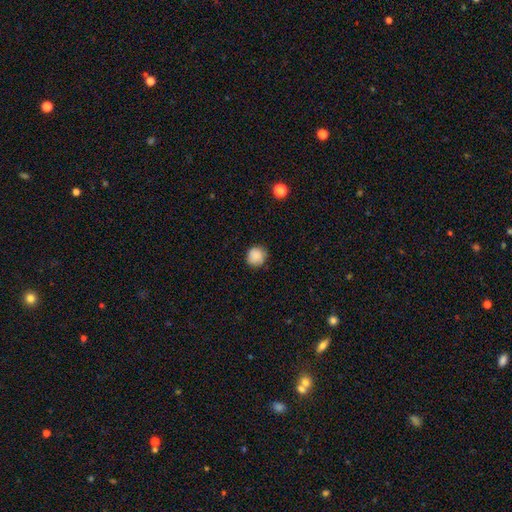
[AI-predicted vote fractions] Q: Smooth or featured?
A: smooth (87%); runner-up: star or artifact (9%)
Q: How rounded?
A: round (90%); runner-up: in between (9%)
Q: Merging?
A: none (83%); runner-up: minor disturbance (13%)